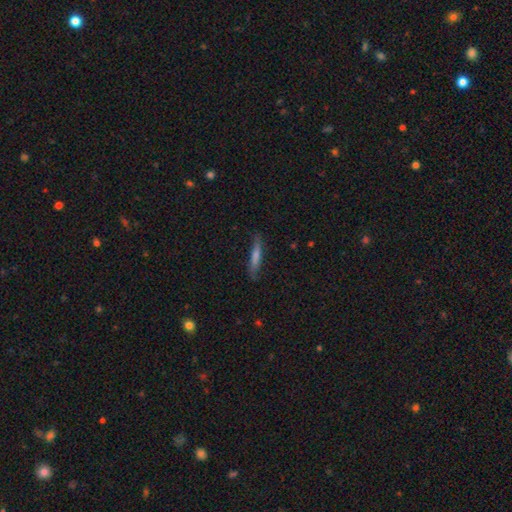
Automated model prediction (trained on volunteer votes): smooth 59%, featured or disk 33%, star or artifact 8%. Down the decision tree: how rounded — cigar-shaped (90%); merging — none (81%).